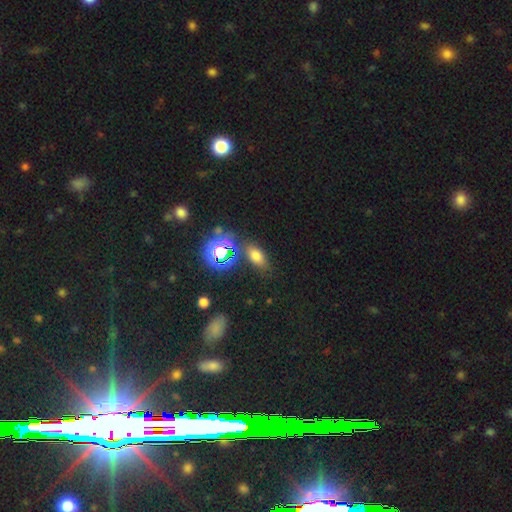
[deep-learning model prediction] Smooth or featured: smooth — 62% (star or artifact — 29%)
How rounded: in between — 84% (round — 12%)
Merging: none — 77% (minor disturbance — 13%)